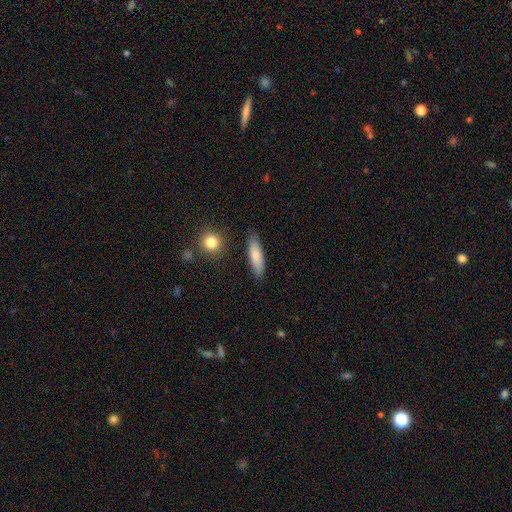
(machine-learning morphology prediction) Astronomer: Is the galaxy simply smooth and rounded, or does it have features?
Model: smooth — 80%.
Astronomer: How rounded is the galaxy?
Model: cigar-shaped — 55% (runner-up: in between, 42%).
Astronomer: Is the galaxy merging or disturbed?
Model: none — 83%.